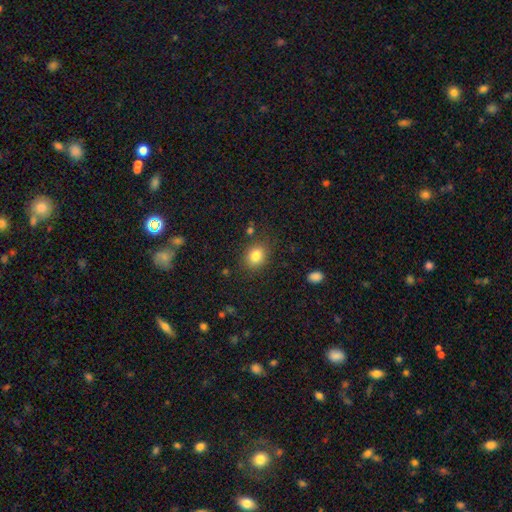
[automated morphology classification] A smooth galaxy with no disk features (82%) that is round (55%). Merging: none (83%).